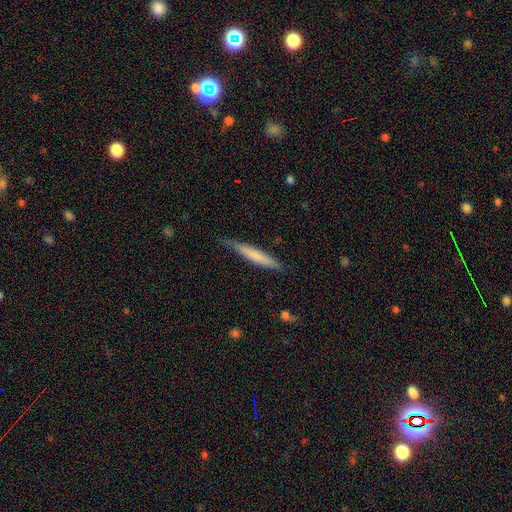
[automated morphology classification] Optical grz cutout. It shows a smooth galaxy with no disk features (67%) that is cigar-shaped (94%). Merging: none (73%).